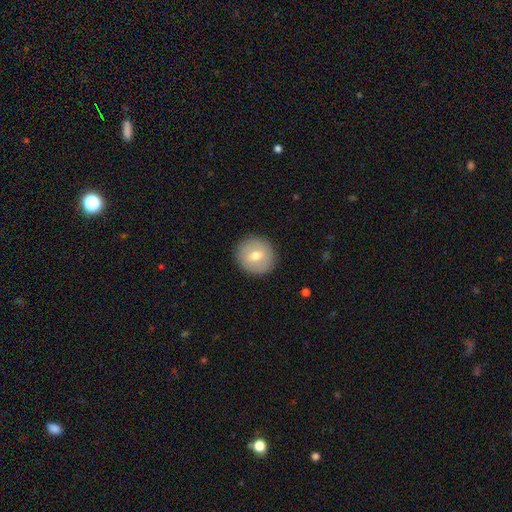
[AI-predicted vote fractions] smooth-or-featured: smooth: 65% | featured or disk: 27% | star or artifact: 8%
  how-rounded: round: 92% | in between: 7% | cigar-shaped: 1%
  merging: none: 90% | minor disturbance: 7% | major disturbance: 2% | merger: 1%